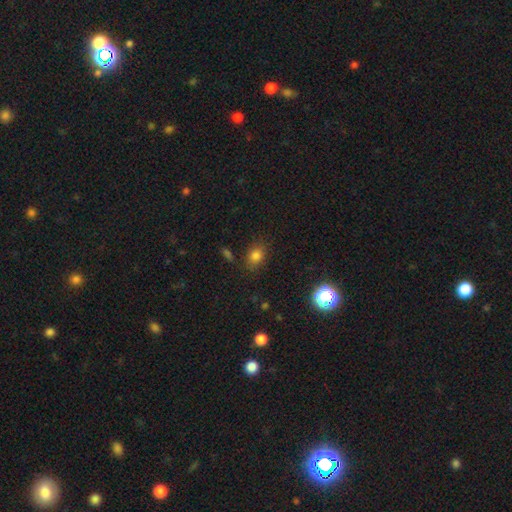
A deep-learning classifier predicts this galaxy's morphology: The model was most divided on "how rounded": in between: 50%, round: 48%, cigar-shaped: 1%. More confident: merging — none (81%); smooth or featured — smooth (79%).